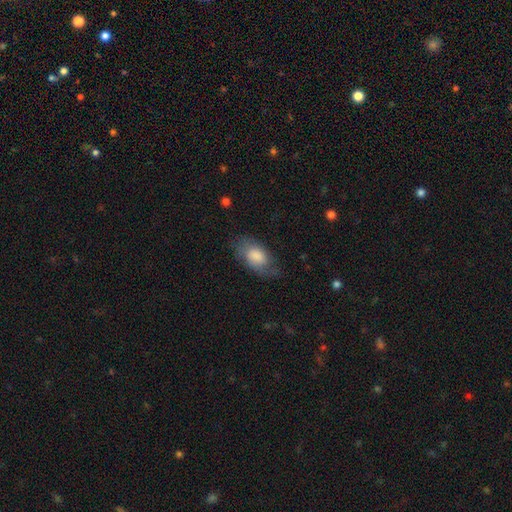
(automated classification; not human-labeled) Morphology: type=smooth (69%); roundness=in between (91%); merging=none (67%).